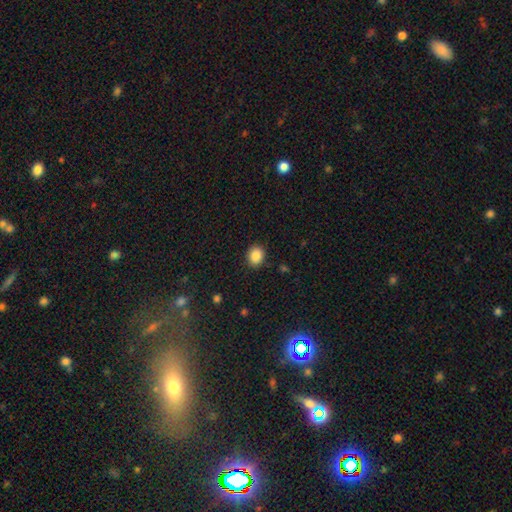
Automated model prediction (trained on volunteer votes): Overall: smooth (87%). How rounded: round (63%; in between 36%). Merging: none (90%).